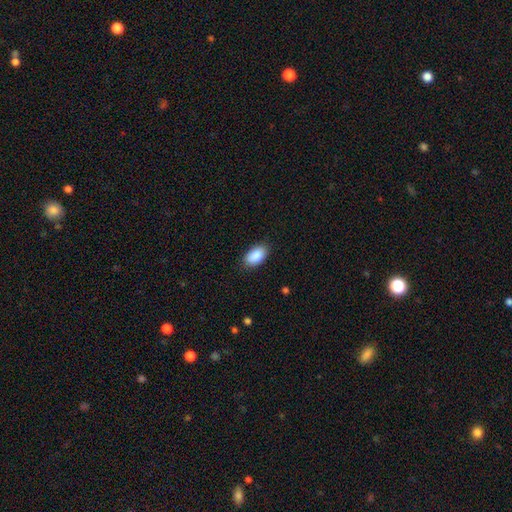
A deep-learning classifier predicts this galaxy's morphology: smooth 89%, star or artifact 6%, featured or disk 5%. Down the decision tree: how rounded — in between (94%); merging — none (86%).